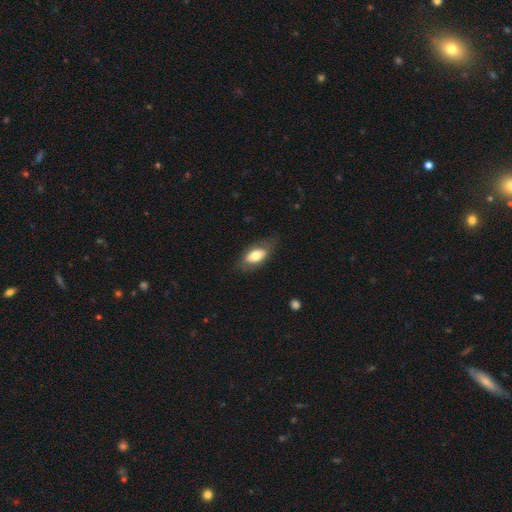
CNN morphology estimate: smooth_or_featured: smooth (p=0.67) [alt: featured or disk p=0.27]
how_rounded: in between (p=0.88) [alt: cigar-shaped p=0.07]
merging: none (p=0.73) [alt: minor disturbance p=0.19]